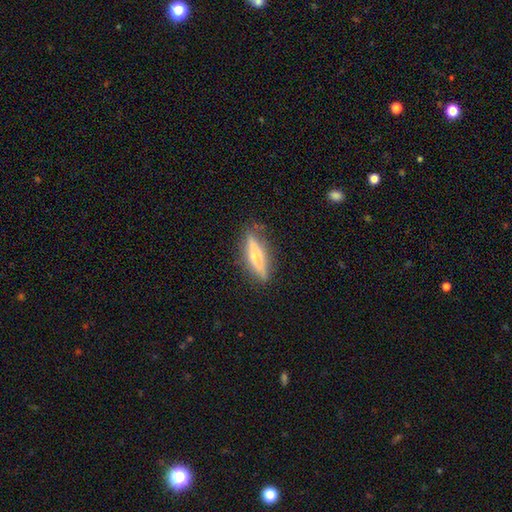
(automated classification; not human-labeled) This appears to be a featured or disk galaxy (58%) viewed edge-on (91%) with a rounded central bulge (87%). Merging: none (83%).